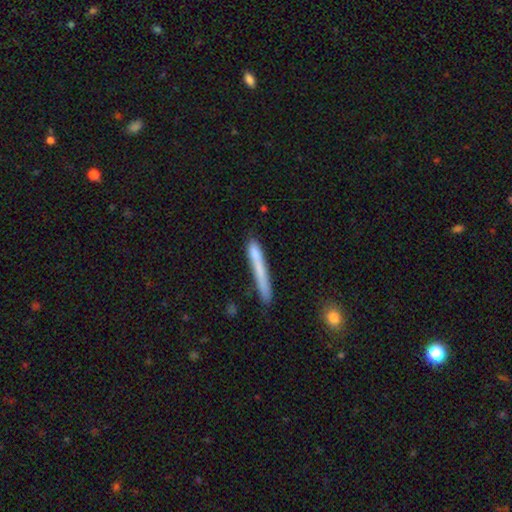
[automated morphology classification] This is likely a smooth galaxy (69%). How rounded: clearly cigar-shaped (95%). Merging: likely none (69%).